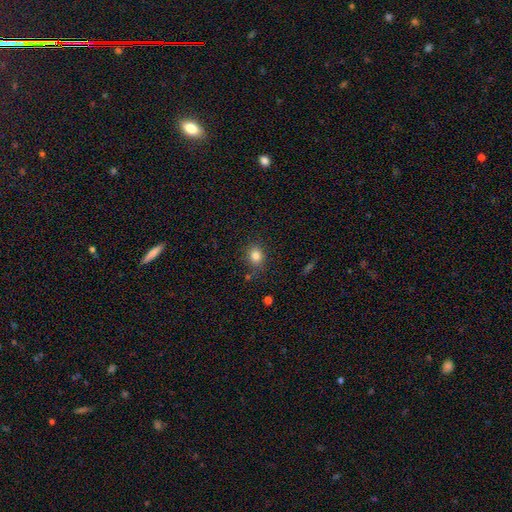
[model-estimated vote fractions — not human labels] Morphology: type=smooth (82%); roundness=round (58%); merging=none (82%).